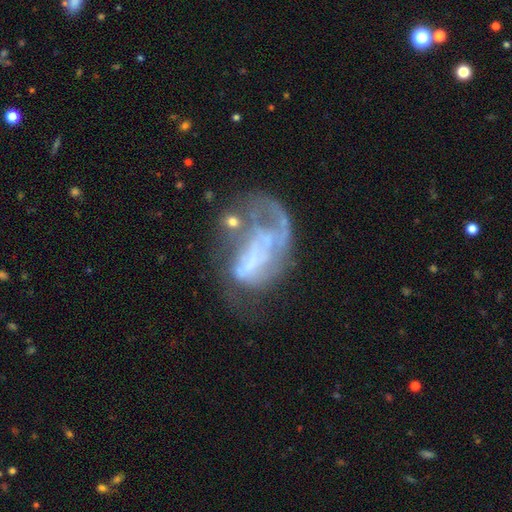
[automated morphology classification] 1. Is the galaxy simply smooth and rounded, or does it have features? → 69% featured or disk, 20% smooth, 11% star or artifact.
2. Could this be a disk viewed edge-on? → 97% no, 3% yes.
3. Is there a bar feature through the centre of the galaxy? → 69% no, 20% weak, 11% strong.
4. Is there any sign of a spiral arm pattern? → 59% no, 41% yes.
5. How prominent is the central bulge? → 68% none, 14% small, 10% moderate, 5% large, 2% dominant.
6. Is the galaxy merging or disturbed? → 48% major disturbance, 22% none, 17% minor disturbance, 14% merger.